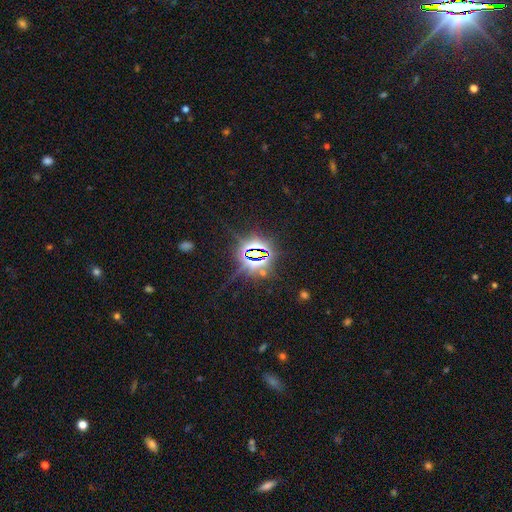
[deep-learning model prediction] This appears to be a star or artifact, not a galaxy (84%).